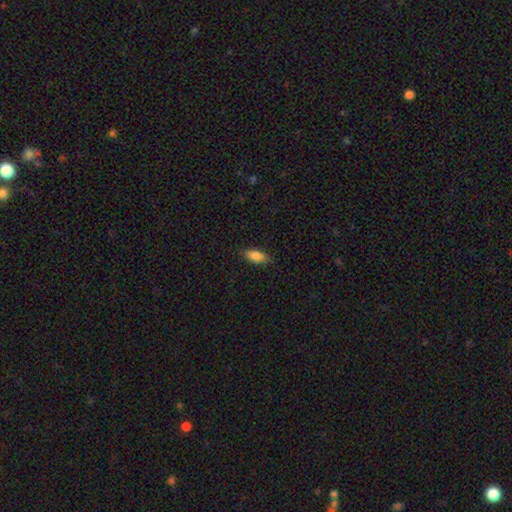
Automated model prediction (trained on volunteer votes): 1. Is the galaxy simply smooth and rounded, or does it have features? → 85% smooth, 8% featured or disk, 7% star or artifact.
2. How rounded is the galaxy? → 84% in between, 14% cigar-shaped, 2% round.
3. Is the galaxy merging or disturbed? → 84% none, 12% minor disturbance, 2% major disturbance, 1% merger.